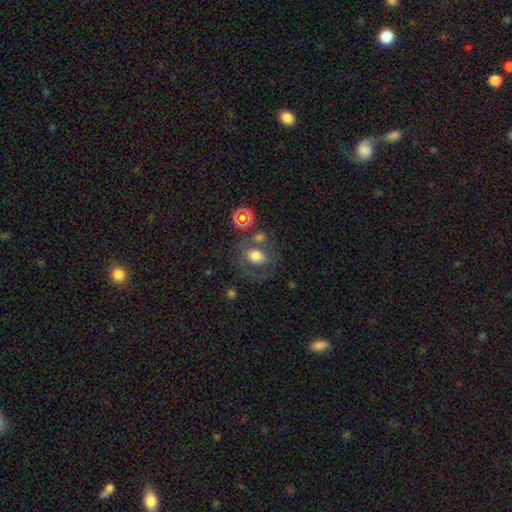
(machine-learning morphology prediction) smooth_or_featured: smooth (p=0.59) [alt: featured or disk p=0.26]
how_rounded: round (p=0.54) [alt: in between p=0.45]
merging: none (p=0.55) [alt: merger p=0.19]